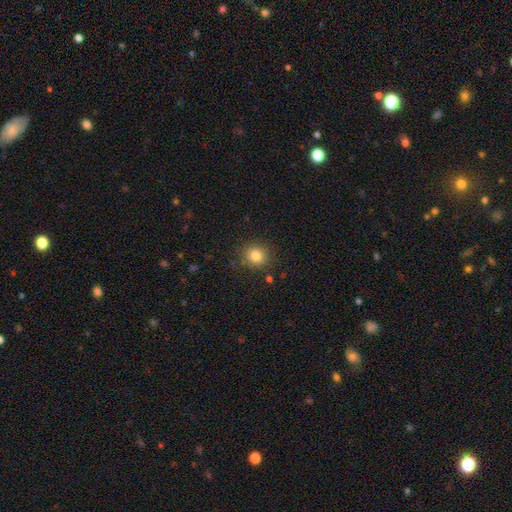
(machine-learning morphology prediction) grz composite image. It shows a smooth galaxy with no disk features (83%) that is round (86%). Merging: none (85%).